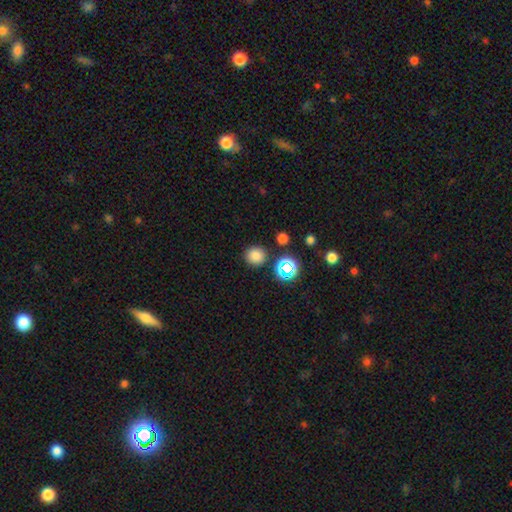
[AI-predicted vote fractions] Smooth or featured? Predicted: smooth (p=0.78). How rounded? Predicted: round (p=0.90). Merging? Predicted: none (p=0.86).